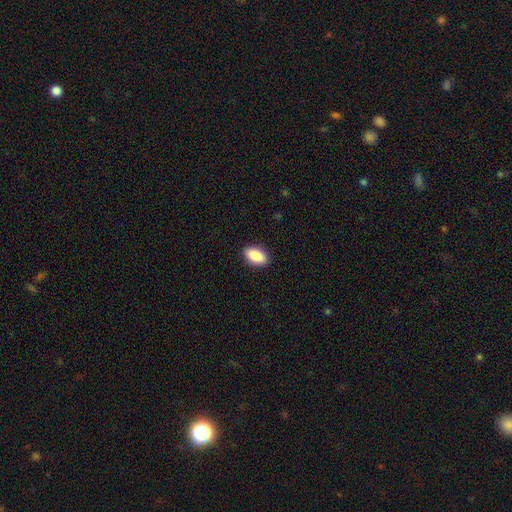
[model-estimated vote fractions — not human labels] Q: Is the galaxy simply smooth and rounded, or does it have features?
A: smooth — 88%.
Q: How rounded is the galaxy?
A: in between — 91%.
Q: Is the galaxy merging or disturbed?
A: none — 90%.